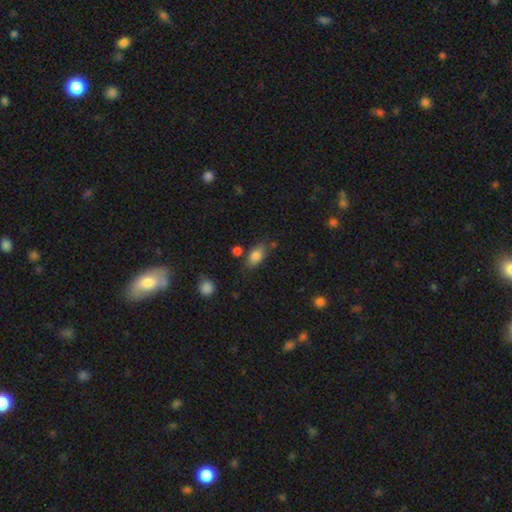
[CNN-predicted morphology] type=smooth (84%); roundness=in between (89%); merging=none (71%).